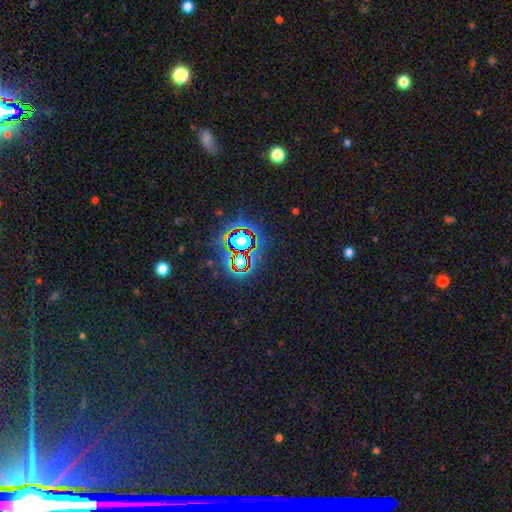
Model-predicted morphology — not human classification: Q: Smooth or featured?
A: star or artifact (79%); runner-up: smooth (11%)